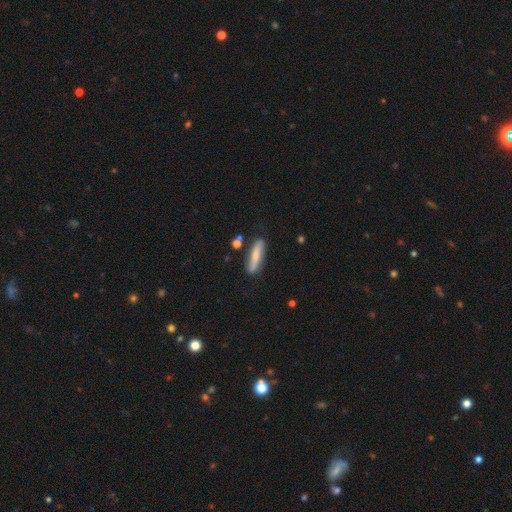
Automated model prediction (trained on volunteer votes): This is likely a smooth galaxy (63%). How rounded: likely cigar-shaped (80%). Merging: likely none (78%).